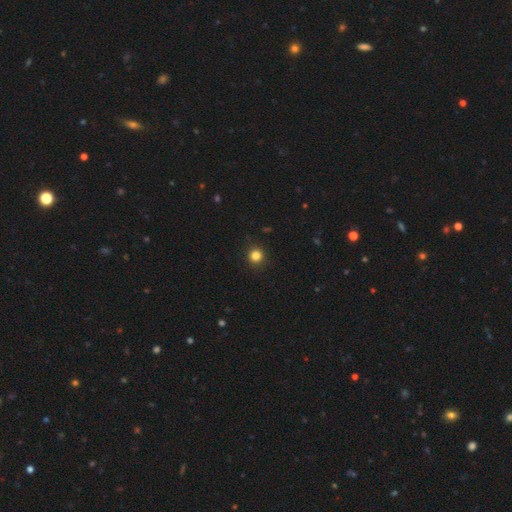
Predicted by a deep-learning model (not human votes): The model was most divided on "smooth or featured": smooth: 84%, star or artifact: 13%, featured or disk: 4%. More confident: how rounded — round (93%); merging — none (92%).